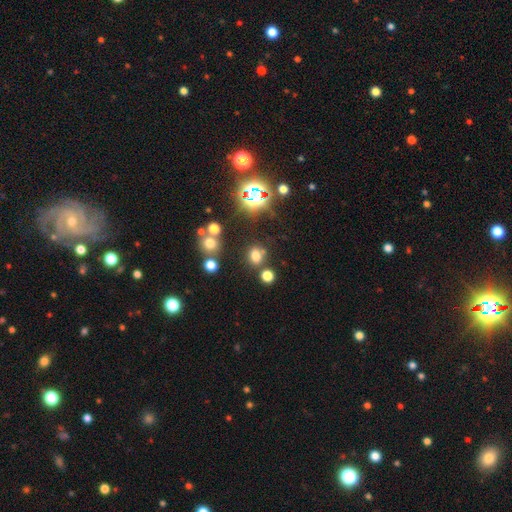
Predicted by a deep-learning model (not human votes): This appears to be a smooth galaxy with no disk features (65%) that is round (65%). Merging: none (73%).